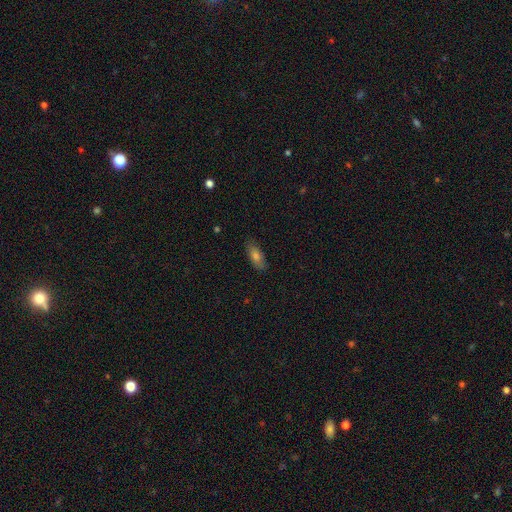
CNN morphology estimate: smooth-or-featured: smooth: 72% | featured or disk: 18% | star or artifact: 10%
  how-rounded: in between: 73% | cigar-shaped: 23% | round: 3%
  merging: none: 84% | minor disturbance: 13% | major disturbance: 2% | merger: 1%